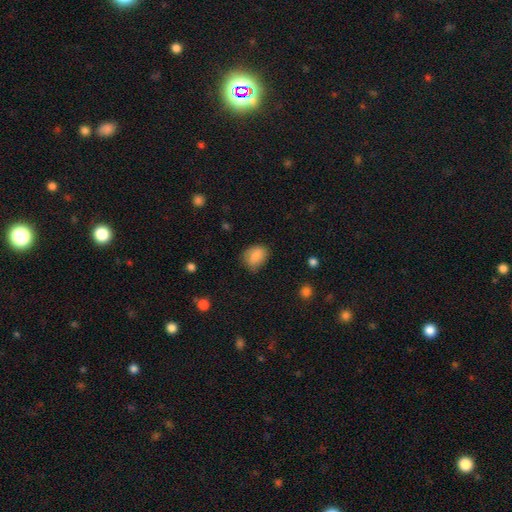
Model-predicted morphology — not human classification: A smooth galaxy with no disk features (83%) that is in between round and cigar-shaped (68%). Merging: none (64%).